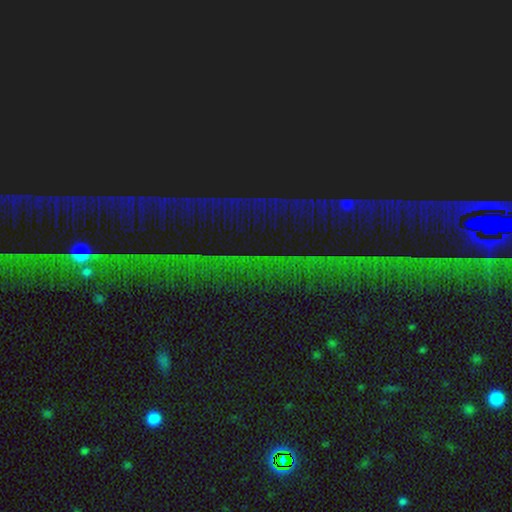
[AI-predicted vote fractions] The model was most divided on "smooth or featured": star or artifact: 84%, featured or disk: 9%, smooth: 7%.